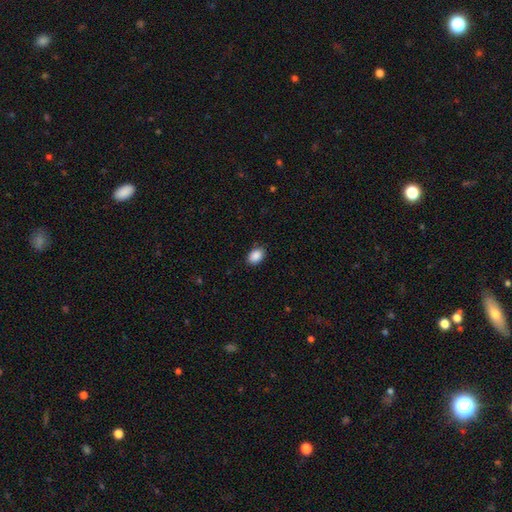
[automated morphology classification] Smooth or featured?
  - smooth: 90% *
  - star or artifact: 7%
  - featured or disk: 3%
How rounded?
  - in between: 81% *
  - round: 18%
  - cigar-shaped: 1%
Merging?
  - none: 85% *
  - minor disturbance: 12%
  - major disturbance: 2%
  - merger: 1%